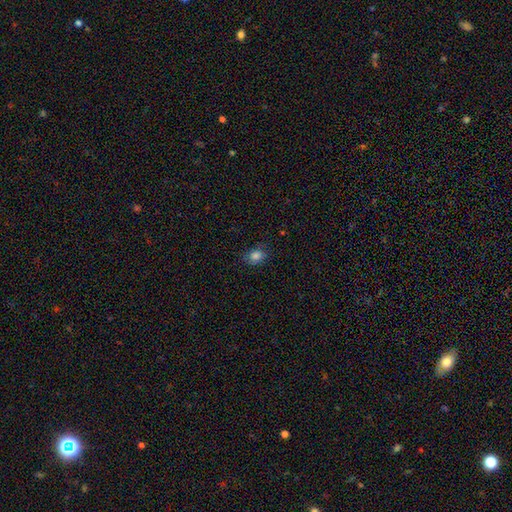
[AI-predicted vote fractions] Overall: smooth (82%). How rounded: in between (64%; round 35%). Merging: none (76%).